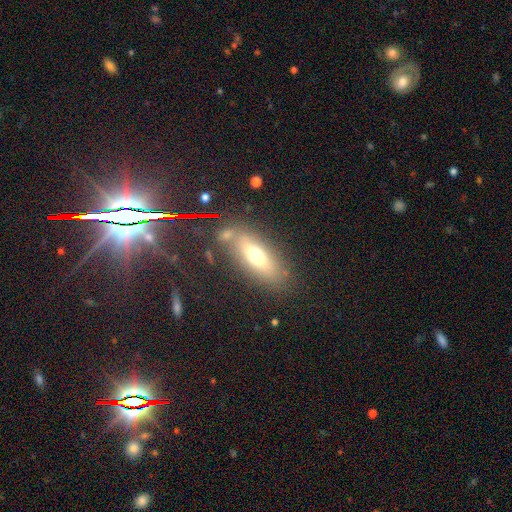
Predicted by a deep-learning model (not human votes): Smooth or featured: smooth — 60% (featured or disk — 29%)
How rounded: in between — 66% (cigar-shaped — 30%)
Merging: none — 74% (minor disturbance — 13%)